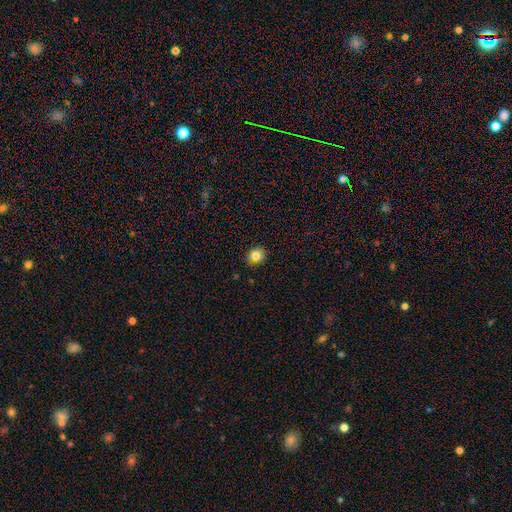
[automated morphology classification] Overall: smooth (82%). How rounded: round (79%). Merging: none (84%).